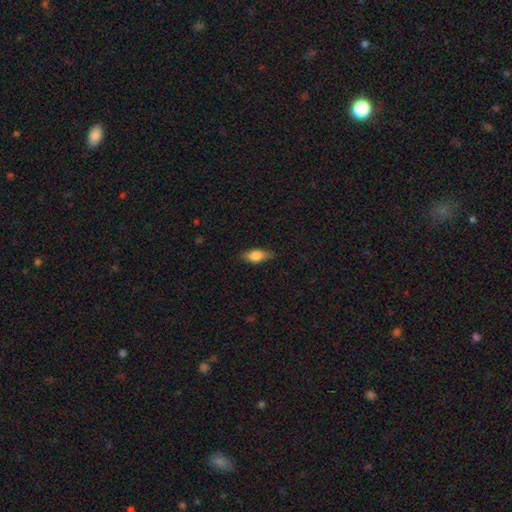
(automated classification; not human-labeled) Morphology: type=smooth (72%); roundness=in between (76%); merging=none (82%).